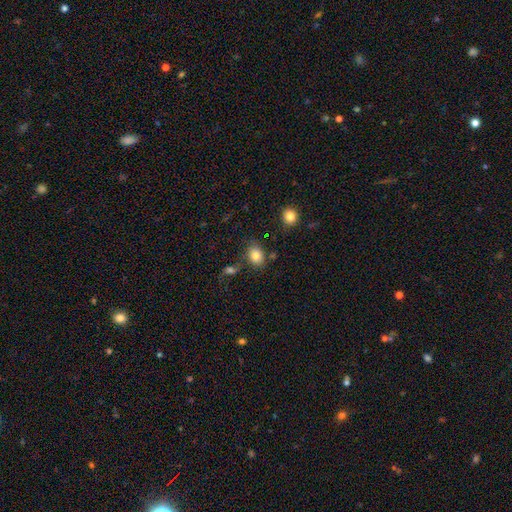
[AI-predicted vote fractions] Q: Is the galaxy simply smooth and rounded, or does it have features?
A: smooth — 82%.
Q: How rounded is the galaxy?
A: in between — 62%.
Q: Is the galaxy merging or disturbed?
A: none — 73%.